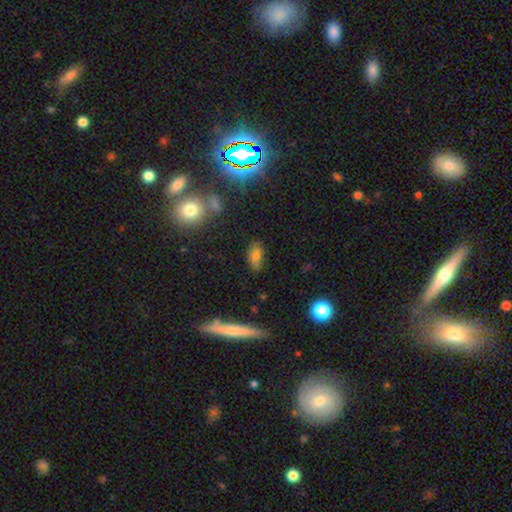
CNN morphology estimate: A smooth galaxy with no disk features (73%) that is in between round and cigar-shaped (88%).

Vote fractions:
- Smooth or featured? smooth: 73% / featured or disk: 14% / star or artifact: 13%
- How rounded? in between: 88% / cigar-shaped: 7% / round: 5%
- Merging? none: 78% / minor disturbance: 16% / major disturbance: 4% / merger: 2%